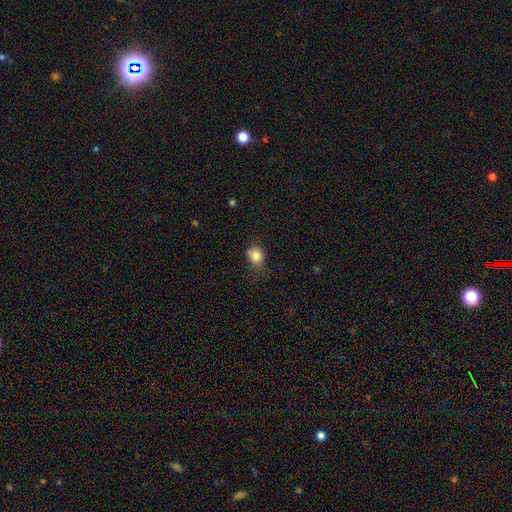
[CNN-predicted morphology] Q: Smooth or featured?
A: smooth (84%); runner-up: star or artifact (10%)
Q: How rounded?
A: round (54%); runner-up: in between (45%)
Q: Merging?
A: none (59%); runner-up: minor disturbance (30%)